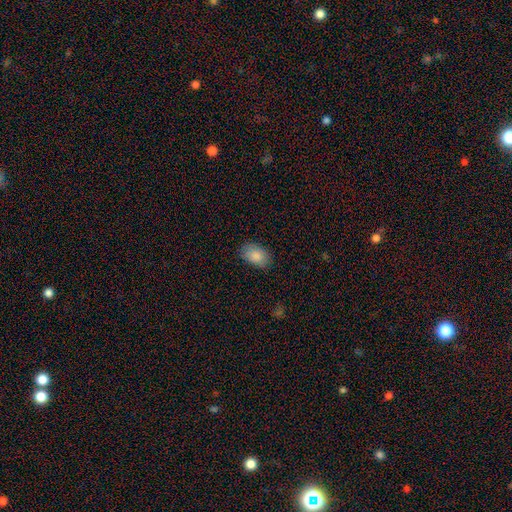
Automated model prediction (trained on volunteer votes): Q: Smooth or featured?
A: smooth (88%); runner-up: star or artifact (7%)
Q: How rounded?
A: in between (89%); runner-up: round (10%)
Q: Merging?
A: none (82%); runner-up: minor disturbance (14%)